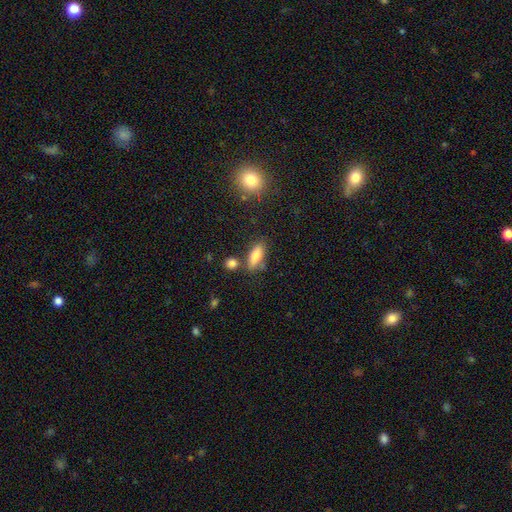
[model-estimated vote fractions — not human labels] Overall: smooth (81%). How rounded: in between (66%; cigar-shaped 31%). Merging: none (72%).